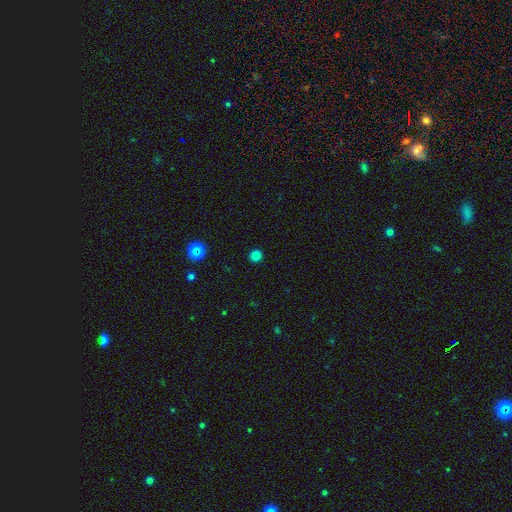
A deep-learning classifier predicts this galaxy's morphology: This is clearly a smooth galaxy (81%). How rounded: clearly round (95%). Merging: clearly none (93%).